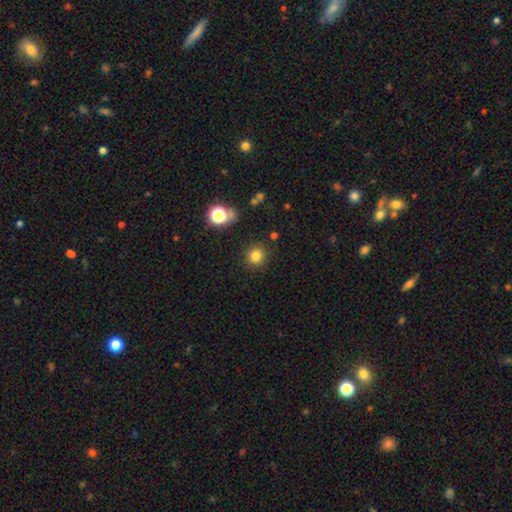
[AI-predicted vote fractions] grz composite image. It shows a smooth galaxy with no disk features (81%) that is round (91%). Merging: none (89%).